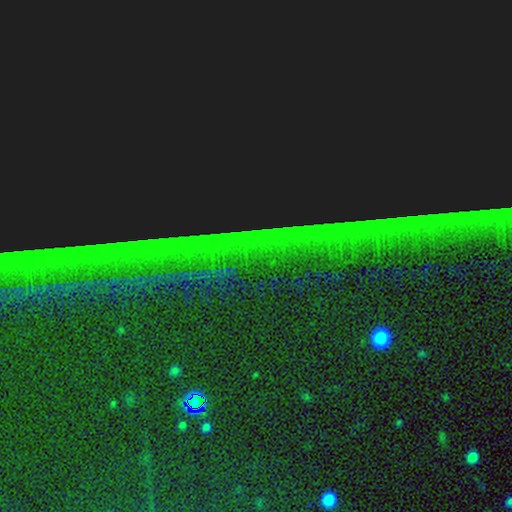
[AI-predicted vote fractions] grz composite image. It shows a star or artifact, not a galaxy (88%).